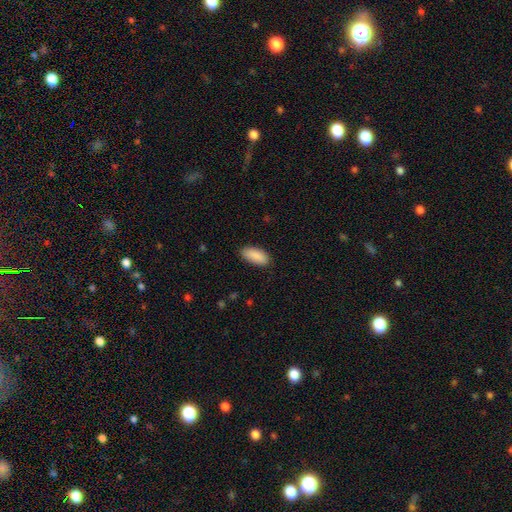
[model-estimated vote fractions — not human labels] smooth 90%, star or artifact 6%, featured or disk 3%. Down the decision tree: how rounded — in between (89%); merging — none (86%).